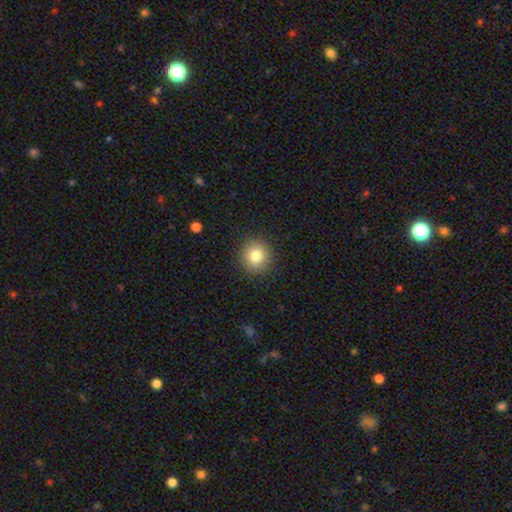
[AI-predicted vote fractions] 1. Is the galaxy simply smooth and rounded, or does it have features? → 80% smooth, 11% star or artifact, 9% featured or disk.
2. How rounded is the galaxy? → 90% round, 9% in between, 1% cigar-shaped.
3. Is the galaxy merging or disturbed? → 90% none, 7% minor disturbance, 2% major disturbance, 1% merger.